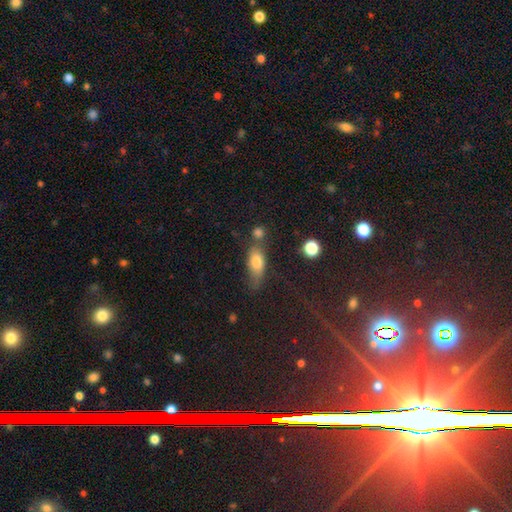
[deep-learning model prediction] A star or artifact, not a galaxy (40%).